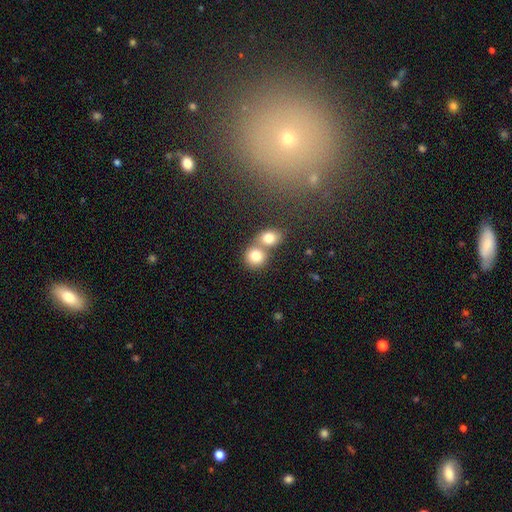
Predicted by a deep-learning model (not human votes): This is likely a smooth galaxy (80%). How rounded: clearly round (82%). Merging: possibly merger (53%).